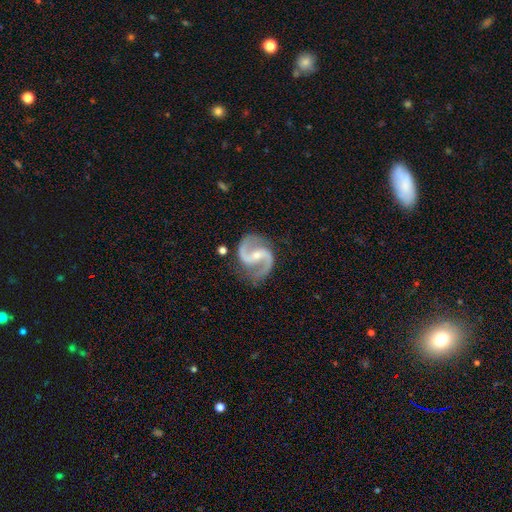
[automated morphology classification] The model was most divided on "bar": weak: 40%, no: 31%, strong: 29%. More confident: spiral arms — yes (99%); edge-on disk — no (98%); spiral arm count — 2 (95%); smooth or featured — featured or disk (94%); merging — none (83%); spiral winding — medium (63%); bulge size — small (61%).